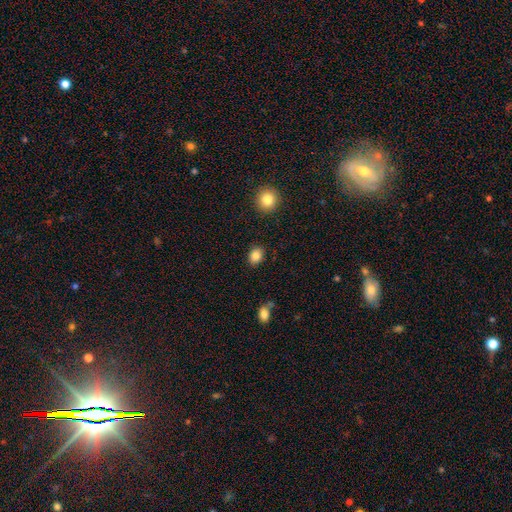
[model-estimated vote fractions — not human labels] Morphology: type=smooth (85%); roundness=in between (61%); merging=none (87%).